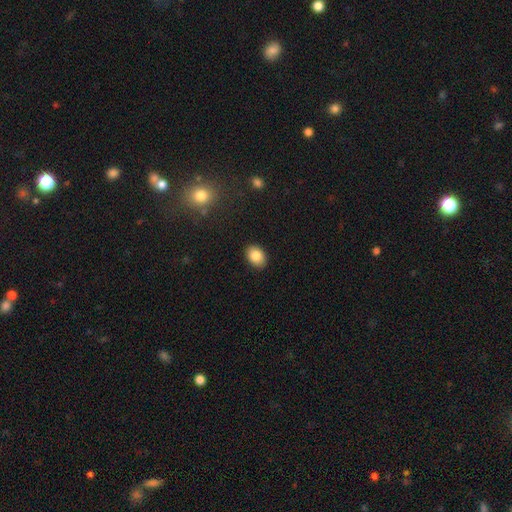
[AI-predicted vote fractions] Smooth or featured? Predicted: smooth (p=0.85). How rounded? Predicted: in between (p=0.78). Merging? Predicted: none (p=0.89).